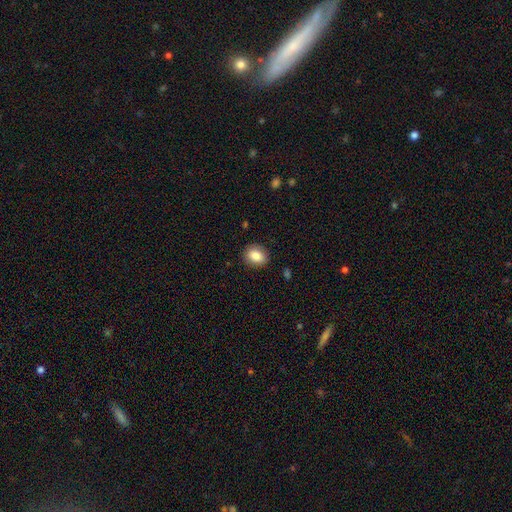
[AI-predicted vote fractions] Q: Smooth or featured?
A: smooth (85%); runner-up: star or artifact (8%)
Q: How rounded?
A: in between (53%); runner-up: round (45%)
Q: Merging?
A: none (87%); runner-up: minor disturbance (10%)